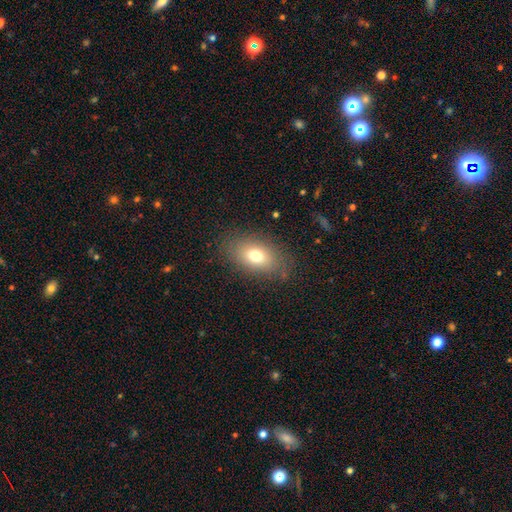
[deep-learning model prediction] A smooth galaxy with no disk features (74%) that is in between round and cigar-shaped (85%). Merging: none (82%).